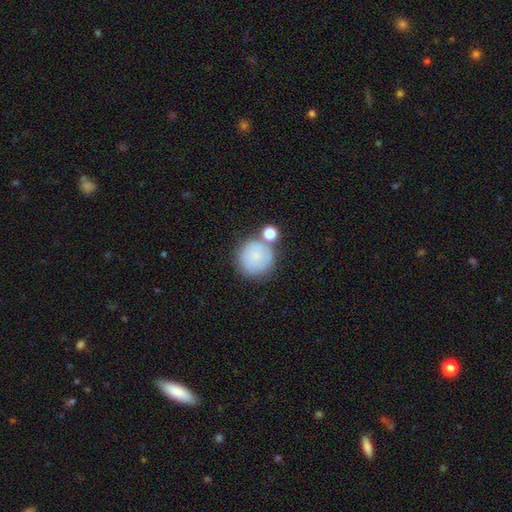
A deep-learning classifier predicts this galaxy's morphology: Smooth or featured? Predicted: smooth (p=0.76). How rounded? Predicted: round (p=0.94). Merging? Predicted: none (p=0.61).